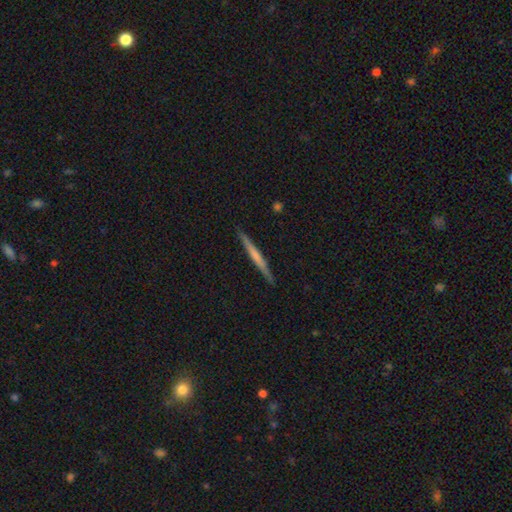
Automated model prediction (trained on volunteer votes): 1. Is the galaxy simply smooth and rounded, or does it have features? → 53% featured or disk, 42% smooth, 5% star or artifact.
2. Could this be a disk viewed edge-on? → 97% yes, 3% no.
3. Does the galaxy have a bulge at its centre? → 64% none, 28% rounded, 9% boxy.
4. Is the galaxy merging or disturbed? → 91% none, 7% minor disturbance, 1% major disturbance, 1% merger.